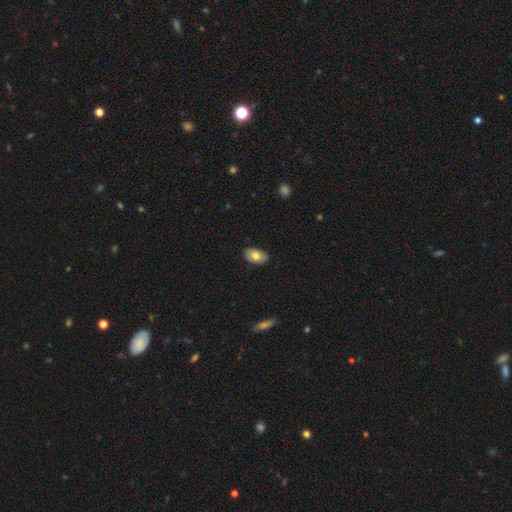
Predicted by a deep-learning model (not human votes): This is likely a smooth galaxy (73%). How rounded: clearly in between (92%). Merging: clearly none (85%).